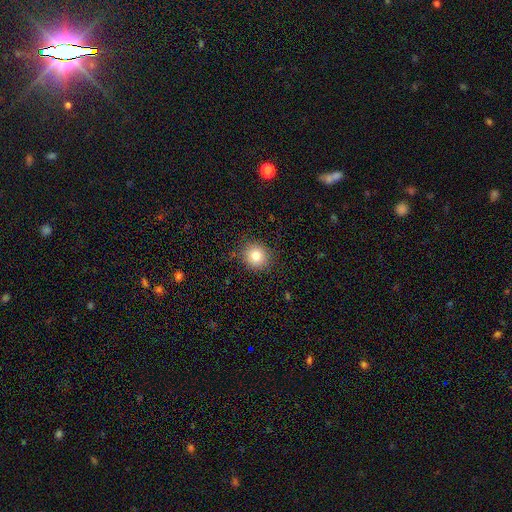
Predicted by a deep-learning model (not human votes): A smooth galaxy with no disk features (81%) that is round (87%). Merging: none (87%).